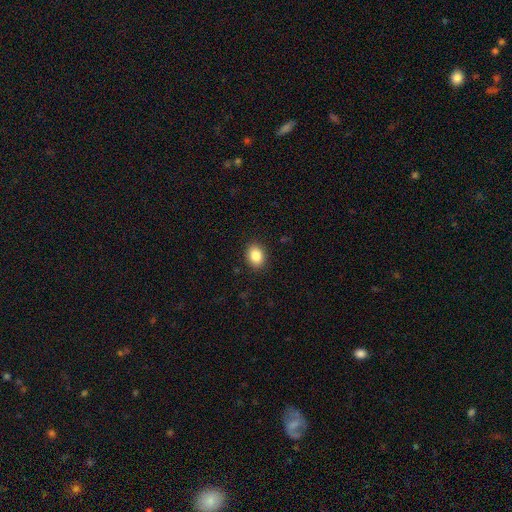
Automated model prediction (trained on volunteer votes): A smooth galaxy with no disk features (87%) that is in between round and cigar-shaped (61%).

Vote fractions:
- Smooth or featured? smooth: 87% / star or artifact: 9% / featured or disk: 5%
- How rounded? in between: 61% / round: 38% / cigar-shaped: 1%
- Merging? none: 89% / minor disturbance: 8% / major disturbance: 2% / merger: 1%